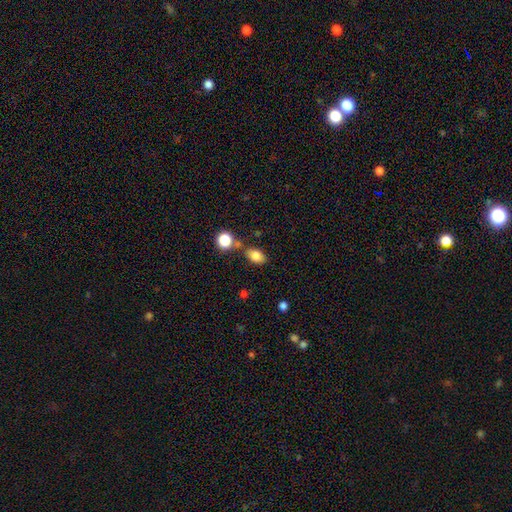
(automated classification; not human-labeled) This is clearly a smooth galaxy (81%). How rounded: clearly in between (81%). Merging: likely none (64%).